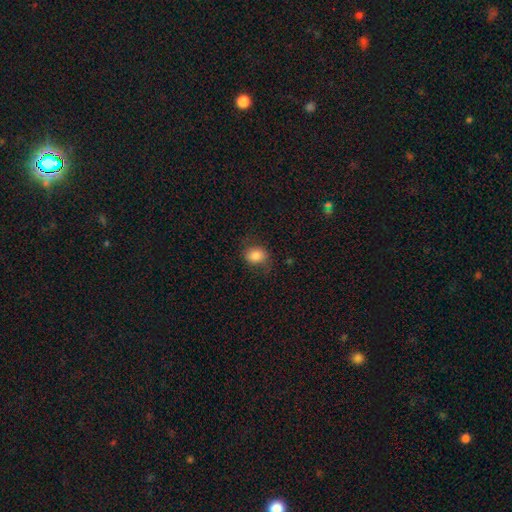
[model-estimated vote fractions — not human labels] Smooth or featured?
  - smooth: 83% *
  - star or artifact: 9%
  - featured or disk: 8%
How rounded?
  - in between: 50% *
  - round: 49%
  - cigar-shaped: 1%
Merging?
  - none: 69% *
  - minor disturbance: 21%
  - major disturbance: 8%
  - merger: 1%